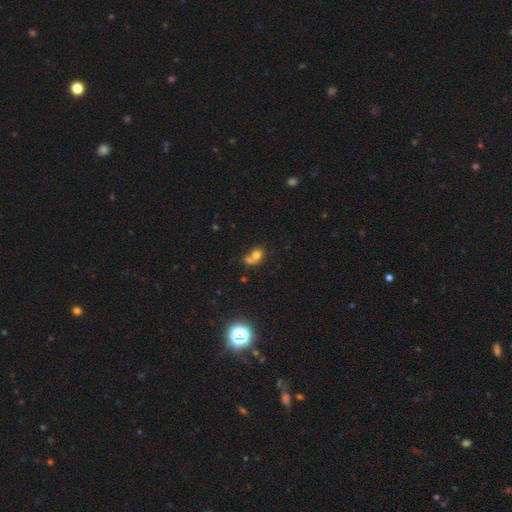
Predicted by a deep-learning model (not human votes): This appears to be a smooth galaxy with no disk features (69%) that is round (59%). Merging: merger (56%).